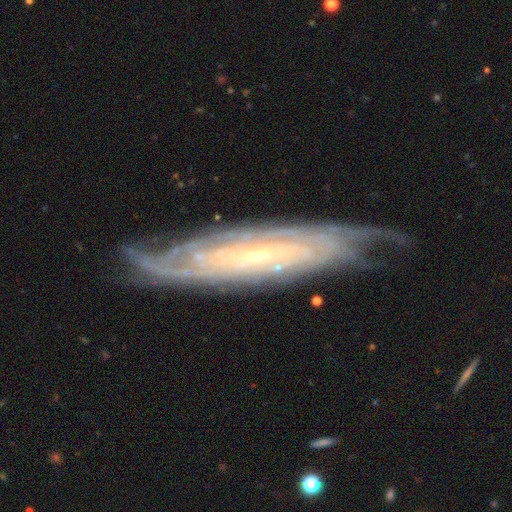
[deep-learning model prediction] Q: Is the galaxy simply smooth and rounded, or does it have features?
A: featured or disk — 88%.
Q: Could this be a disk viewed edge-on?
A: no — 76%.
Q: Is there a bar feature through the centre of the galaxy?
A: no — 45%.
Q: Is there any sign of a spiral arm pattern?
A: yes — 97%.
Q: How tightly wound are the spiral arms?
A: tight — 74%.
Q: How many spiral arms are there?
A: can't tell — 40%.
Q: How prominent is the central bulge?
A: small — 81%.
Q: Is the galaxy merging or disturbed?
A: none — 75%.